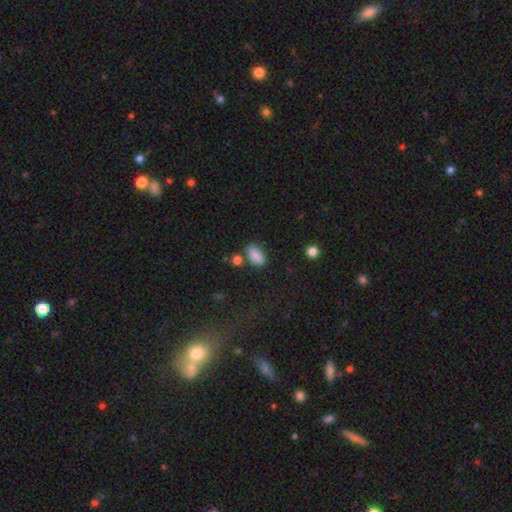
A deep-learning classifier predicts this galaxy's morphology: smooth_or_featured: smooth (p=0.86) [alt: star or artifact p=0.09]
how_rounded: in between (p=0.92) [alt: round p=0.05]
merging: none (p=0.72) [alt: minor disturbance p=0.16]